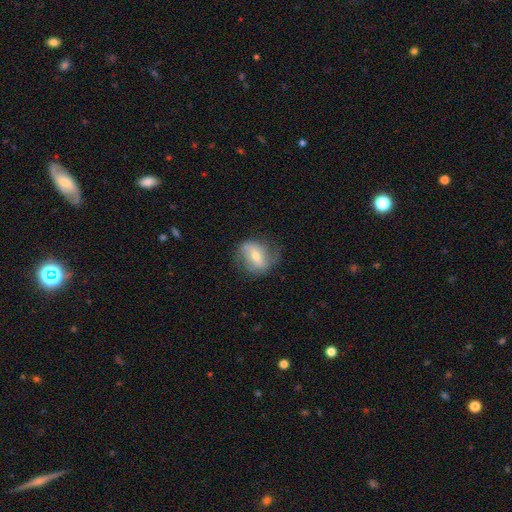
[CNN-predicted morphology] smooth_or_featured: featured or disk (p=0.59) [alt: smooth p=0.34]
disk_edge_on: no (p=0.94) [alt: yes p=0.06]
bar: weak (p=0.41) [alt: strong p=0.37]
has_spiral_arms: yes (p=0.77) [alt: no p=0.23]
bulge_size: moderate (p=0.52) [alt: small p=0.41]
merging: none (p=0.68) [alt: minor disturbance p=0.21]